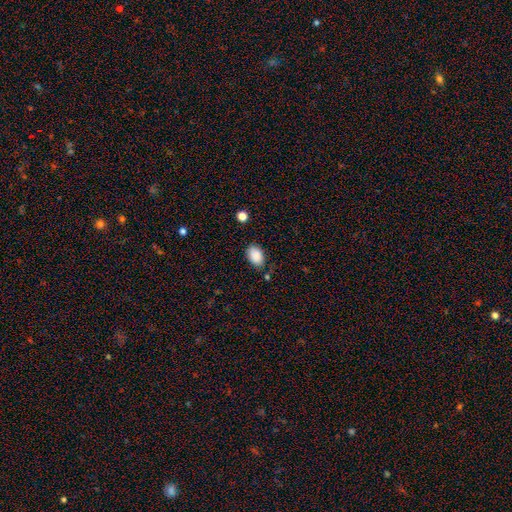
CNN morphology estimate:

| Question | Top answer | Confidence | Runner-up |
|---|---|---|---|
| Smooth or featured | smooth | 89% | star or artifact (7%) |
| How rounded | in between | 88% | round (11%) |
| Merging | none | 77% | minor disturbance (17%) |